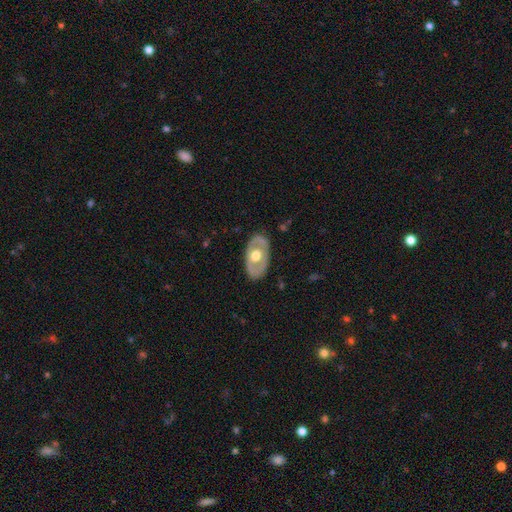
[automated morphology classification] smooth_or_featured: featured or disk (p=0.57) [alt: smooth p=0.38]
disk_edge_on: no (p=0.87) [alt: yes p=0.13]
merging: none (p=0.81) [alt: minor disturbance p=0.14]